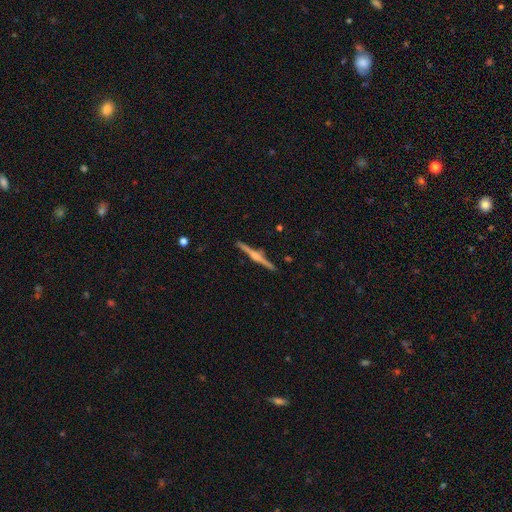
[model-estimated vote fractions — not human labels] Smooth or featured? featured or disk (81%)
Edge-on disk? yes (99%)
Edge-on bulge? rounded (84%)
Merging? none (91%)